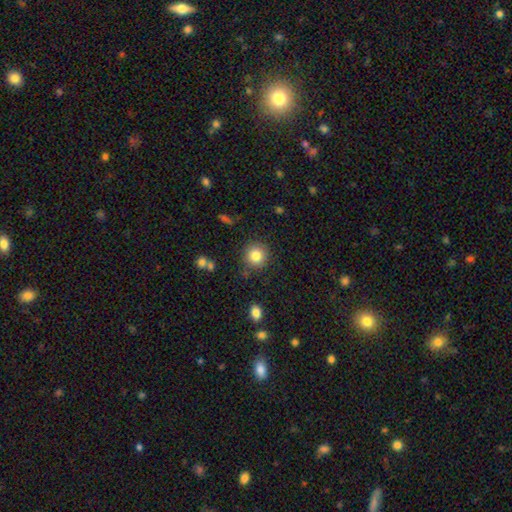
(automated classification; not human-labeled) Smooth or featured?
  - smooth: 82% *
  - star or artifact: 10%
  - featured or disk: 7%
How rounded?
  - round: 92% *
  - in between: 7%
  - cigar-shaped: 1%
Merging?
  - none: 86% *
  - minor disturbance: 9%
  - major disturbance: 3%
  - merger: 3%